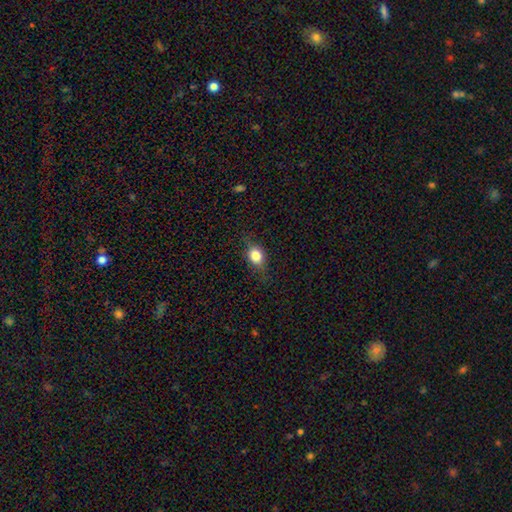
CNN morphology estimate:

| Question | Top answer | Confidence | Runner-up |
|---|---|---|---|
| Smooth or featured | smooth | 78% | featured or disk (12%) |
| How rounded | in between | 56% | round (42%) |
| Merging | none | 76% | minor disturbance (18%) |